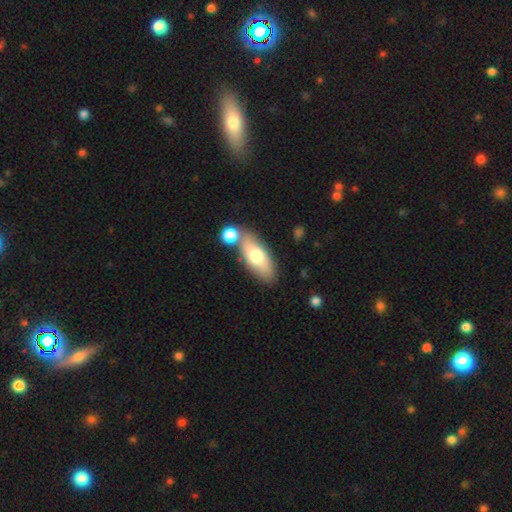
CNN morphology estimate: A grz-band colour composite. It shows a smooth galaxy with no disk features (69%) that is in between round and cigar-shaped (78%). Merging: none (61%).